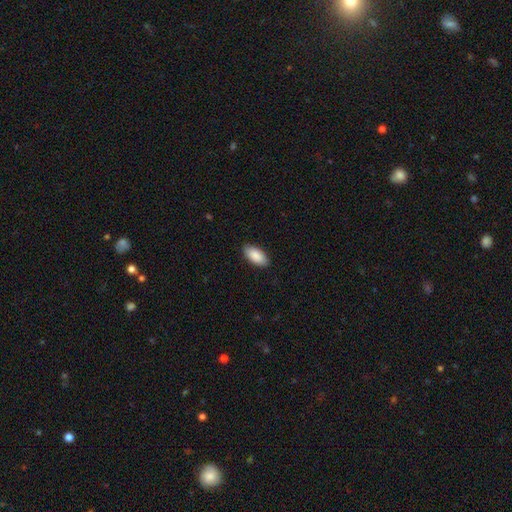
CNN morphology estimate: Q: Smooth or featured?
A: smooth (90%); runner-up: star or artifact (6%)
Q: How rounded?
A: in between (92%); runner-up: cigar-shaped (6%)
Q: Merging?
A: none (89%); runner-up: minor disturbance (9%)